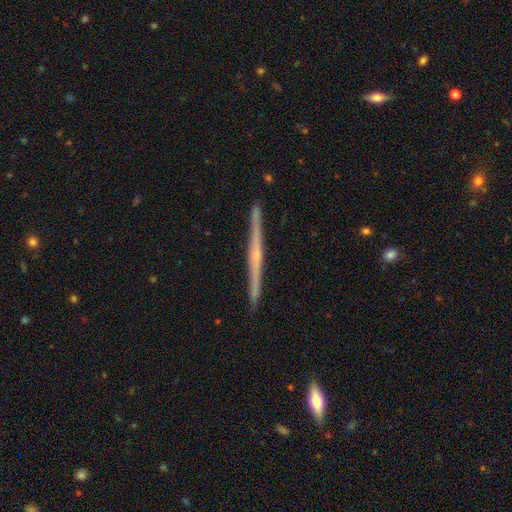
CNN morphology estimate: type=featured or disk (77%); edge-on=yes (98%); edge-on bulge=rounded (52%); merging=none (92%).